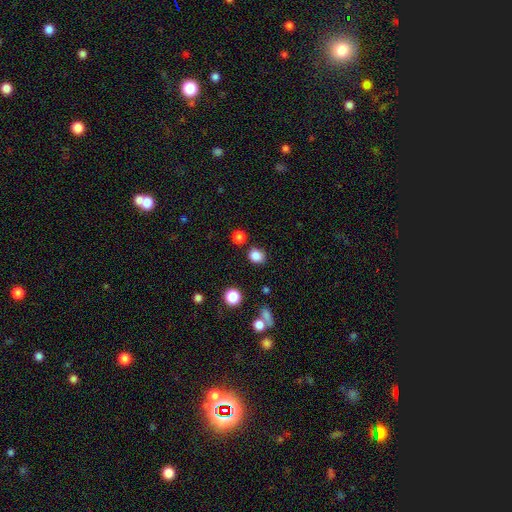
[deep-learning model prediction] Morphology: type=smooth (83%); roundness=round (68%); merging=none (81%).